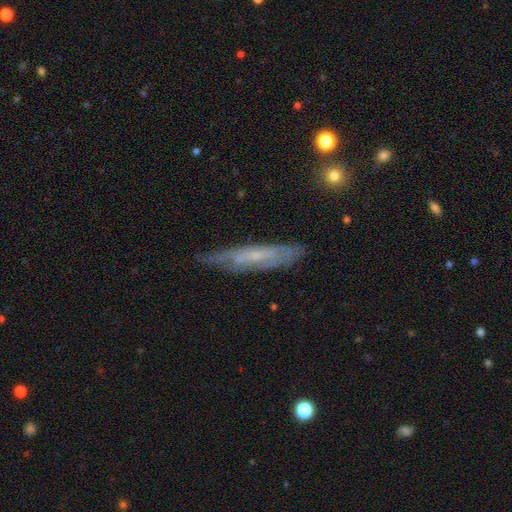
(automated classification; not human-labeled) smooth-or-featured: featured or disk: 62% | smooth: 30% | star or artifact: 7%
  disk-edge-on: yes: 54% | no: 46%
  merging: none: 71% | minor disturbance: 22% | major disturbance: 5% | merger: 2%